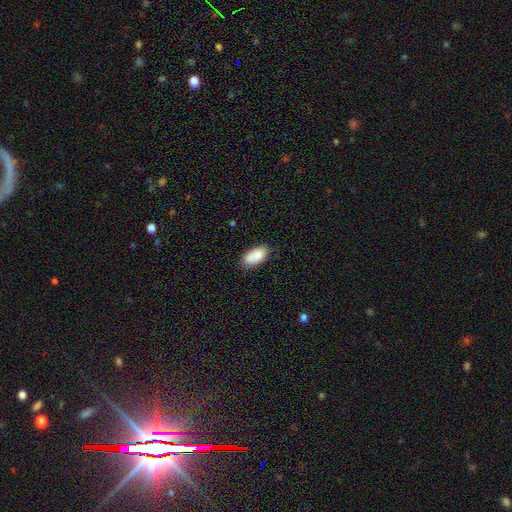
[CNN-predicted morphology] smooth_or_featured: smooth (p=0.82) [alt: featured or disk p=0.11]
how_rounded: in between (p=0.92) [alt: cigar-shaped p=0.05]
merging: none (p=0.69) [alt: minor disturbance p=0.20]